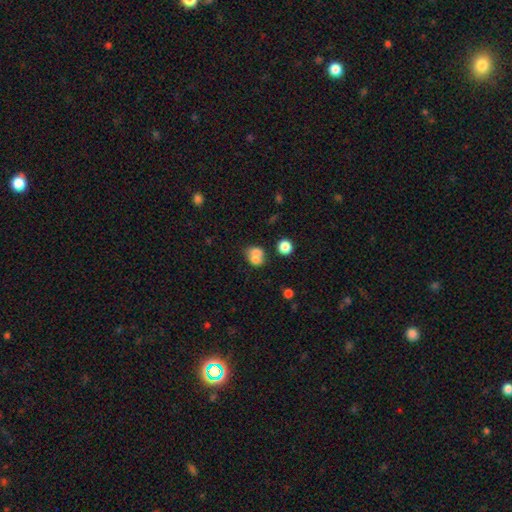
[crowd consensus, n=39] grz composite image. It shows a smooth galaxy with no disk features (77%) that is round (63%). Merging: merger (50%).